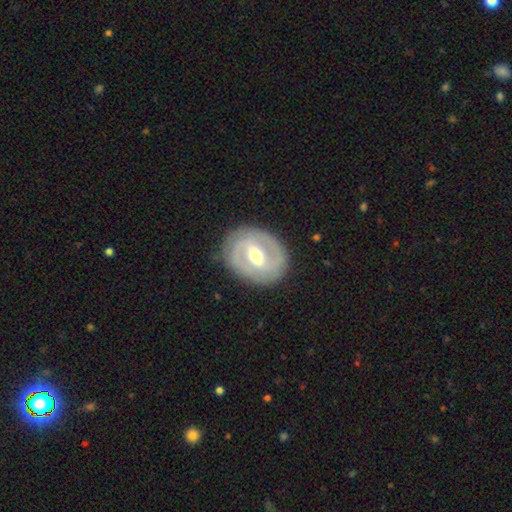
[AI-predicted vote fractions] Smooth or featured?
  - featured or disk: 77% *
  - smooth: 18%
  - star or artifact: 5%
Edge-on disk?
  - no: 96% *
  - yes: 4%
Bar?
  - weak: 46% *
  - strong: 39%
  - no: 15%
Spiral arms?
  - yes: 74% *
  - no: 26%
Spiral winding?
  - tight: 51% *
  - medium: 35%
  - loose: 14%
Spiral arm count?
  - 2: 76% *
  - can't tell: 14%
  - 1: 4%
  - 3: 3%
  - 4: 1%
  - more than 4: 1%
Bulge size?
  - moderate: 74% *
  - small: 17%
  - large: 7%
  - dominant: 1%
  - none: 1%
Merging?
  - none: 83% *
  - minor disturbance: 12%
  - major disturbance: 4%
  - merger: 1%